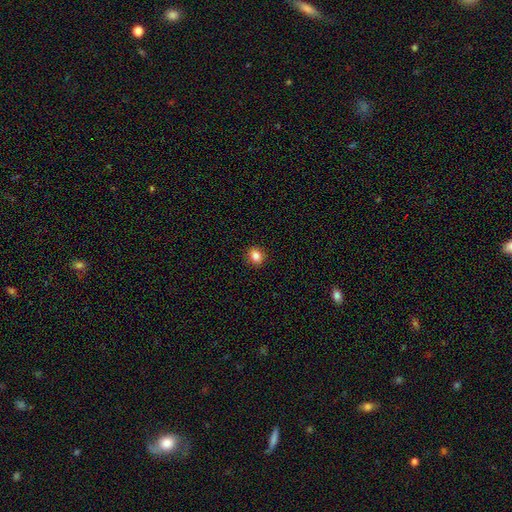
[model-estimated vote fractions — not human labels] This appears to be a smooth galaxy with no disk features (83%) that is round (71%). Merging: none (90%).